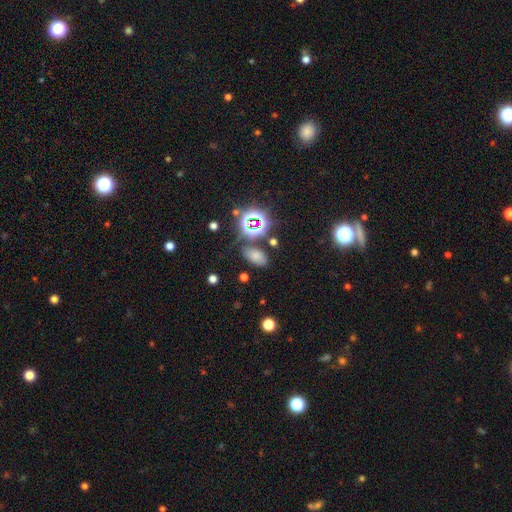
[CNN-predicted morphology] A smooth galaxy with no disk features (62%) that is in between round and cigar-shaped (90%). Merging: none (76%).